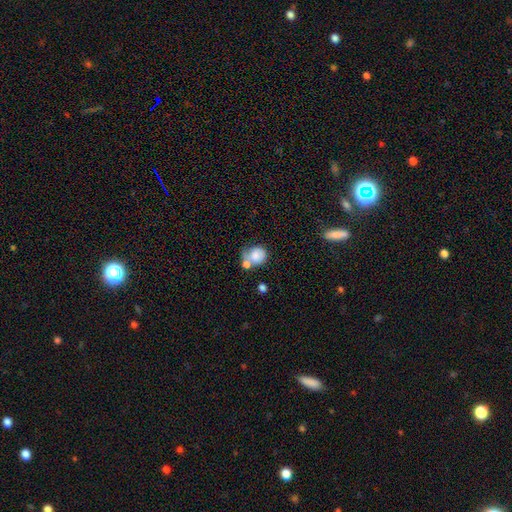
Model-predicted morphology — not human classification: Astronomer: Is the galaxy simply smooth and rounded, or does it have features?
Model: smooth — 74%.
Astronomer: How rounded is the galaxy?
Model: round — 74%.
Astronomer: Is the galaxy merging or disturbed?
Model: merger — 38% (runner-up: none, 32%).